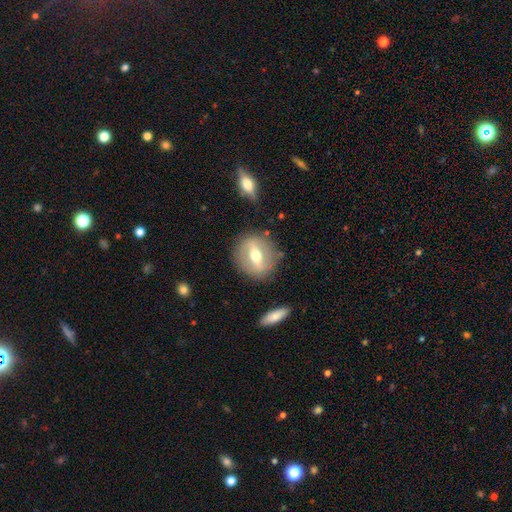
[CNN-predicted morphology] The model was most divided on "smooth or featured": featured or disk: 61%, smooth: 33%, star or artifact: 7%. More confident: merging — none (80%); edge-on disk — no (74%).